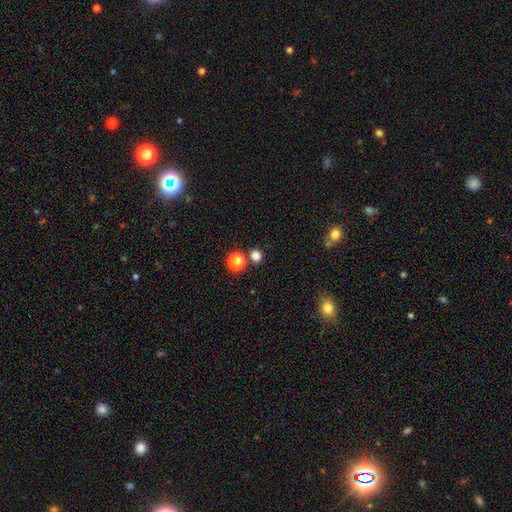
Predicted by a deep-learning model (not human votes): smooth 77%, star or artifact 19%, featured or disk 4%. Down the decision tree: how rounded — round (85%); merging — none (77%).